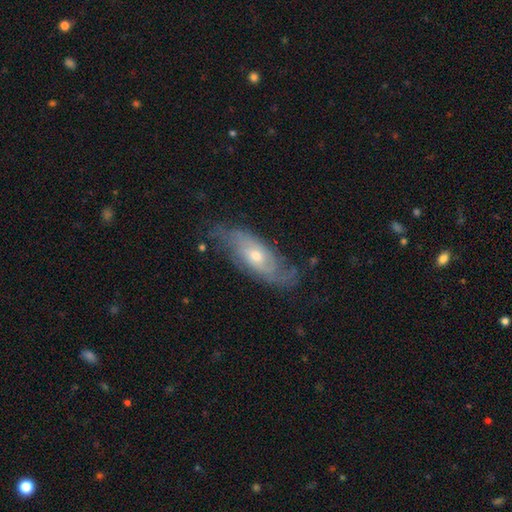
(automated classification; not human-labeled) smooth-or-featured: featured or disk: 72% | smooth: 21% | star or artifact: 7%
  disk-edge-on: no: 83% | yes: 17%
    bar: no: 71% | weak: 24% | strong: 5%
    has-spiral-arms: yes: 86% | no: 14%
      spiral-winding: medium: 38% | tight: 37% | loose: 25%
      spiral-arm-count: 2: 60% | can't tell: 27% | 3: 5% | 1: 4% | 4: 2% | more than 4: 2%
    bulge-size: moderate: 50% | small: 45% | large: 2% | none: 1% | dominant: 1%
  merging: none: 69% | minor disturbance: 21% | major disturbance: 8% | merger: 2%